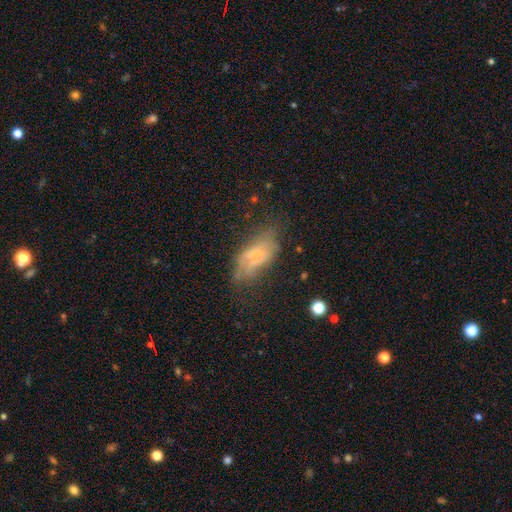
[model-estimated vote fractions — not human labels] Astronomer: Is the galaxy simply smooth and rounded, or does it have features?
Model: smooth — 46% (runner-up: featured or disk, 42%).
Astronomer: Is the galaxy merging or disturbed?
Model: none — 45% (runner-up: minor disturbance, 30%).